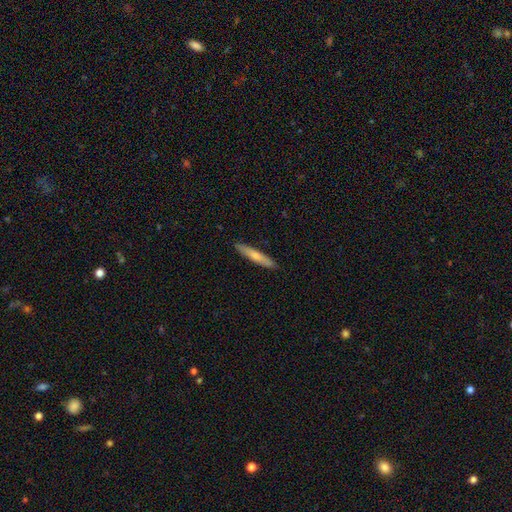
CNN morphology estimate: type=smooth (68%); roundness=cigar-shaped (92%); merging=none (90%).